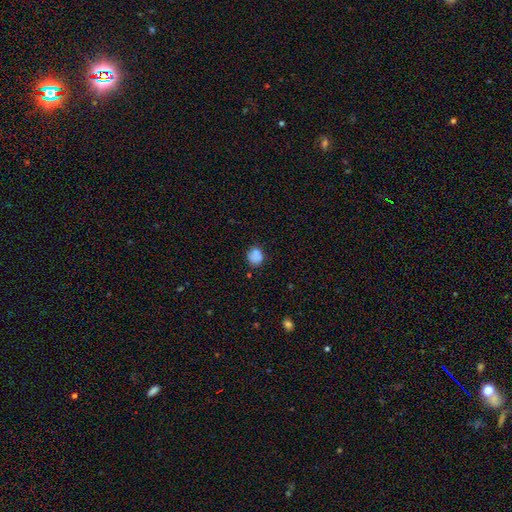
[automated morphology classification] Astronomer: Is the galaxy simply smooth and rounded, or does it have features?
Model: smooth — 82%.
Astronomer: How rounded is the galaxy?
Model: round — 78%.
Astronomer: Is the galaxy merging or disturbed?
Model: none — 68%.